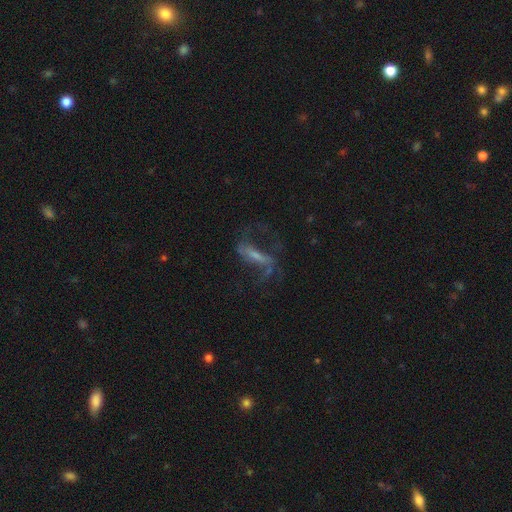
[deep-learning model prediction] This appears to be a featured or disk galaxy (70%) with a strong bar (50%), spiral arms (79%) and a small central bulge (44%). Merging: none (52%).